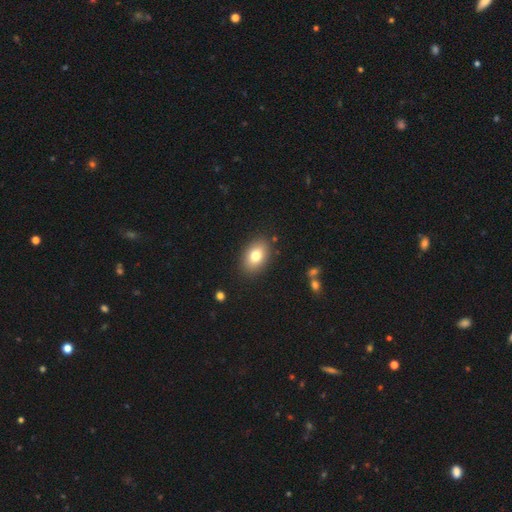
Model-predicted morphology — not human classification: Smooth or featured? Predicted: smooth (p=0.78). How rounded? Predicted: in between (p=0.84). Merging? Predicted: none (p=0.87).